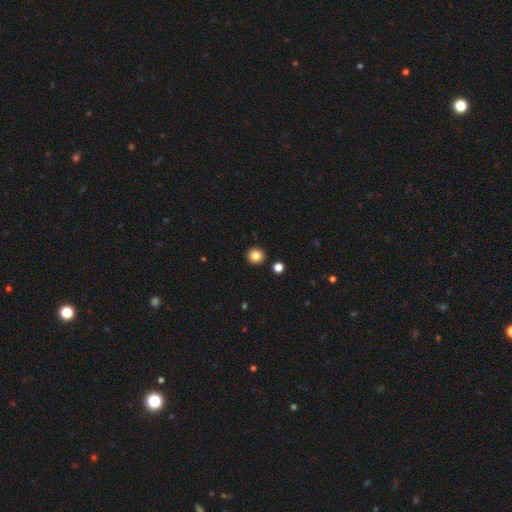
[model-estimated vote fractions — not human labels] A smooth galaxy with no disk features (84%) that is round (92%). Merging: none (91%).